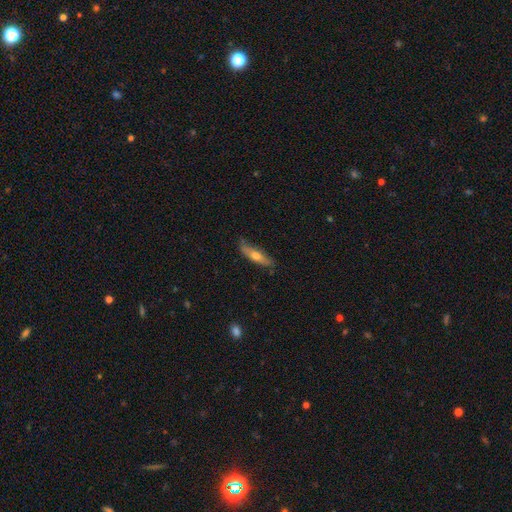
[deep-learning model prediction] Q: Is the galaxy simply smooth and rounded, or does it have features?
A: smooth — 51%.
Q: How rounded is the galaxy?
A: cigar-shaped — 73%.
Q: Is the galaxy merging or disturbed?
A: none — 73%.